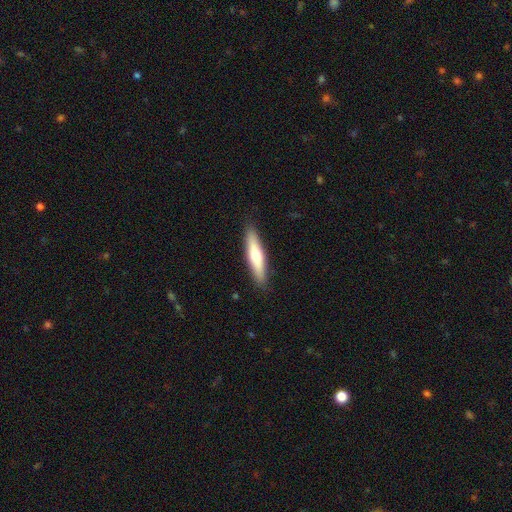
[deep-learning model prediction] A smooth galaxy with no disk features (57%) that is cigar-shaped (83%). Merging: none (89%).